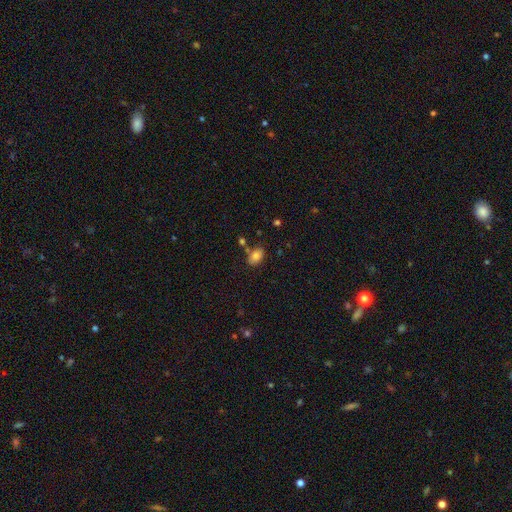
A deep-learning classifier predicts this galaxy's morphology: Smooth or featured: smooth — 81% (star or artifact — 10%)
How rounded: in between — 88% (round — 10%)
Merging: none — 73% (minor disturbance — 14%)